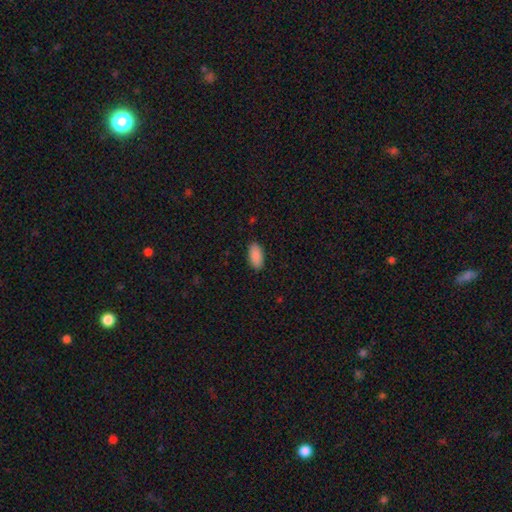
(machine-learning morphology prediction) Q: Smooth or featured?
A: smooth (90%); runner-up: star or artifact (7%)
Q: How rounded?
A: in between (94%); runner-up: cigar-shaped (4%)
Q: Merging?
A: none (88%); runner-up: minor disturbance (9%)